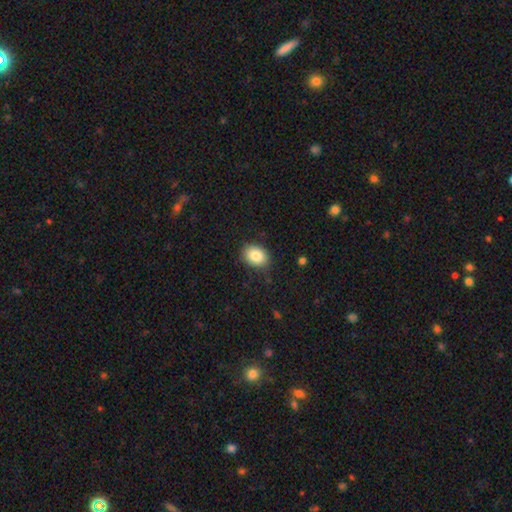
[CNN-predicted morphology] Smooth or featured? smooth (84%)
How rounded? in between (64%)
Merging? none (85%)